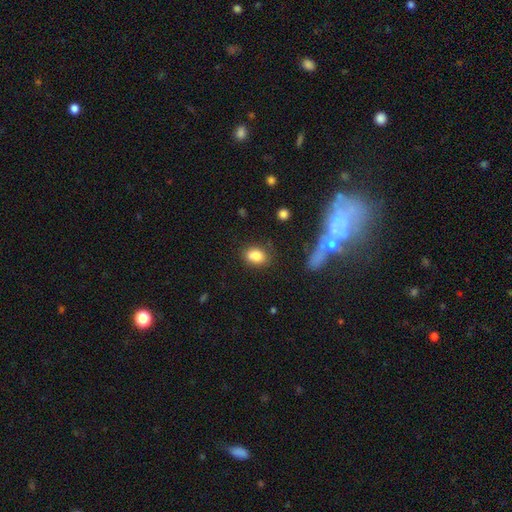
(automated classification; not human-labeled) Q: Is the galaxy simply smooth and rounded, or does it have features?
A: smooth — 83%.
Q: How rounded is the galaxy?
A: in between — 72%.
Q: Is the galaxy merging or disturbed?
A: none — 73%.